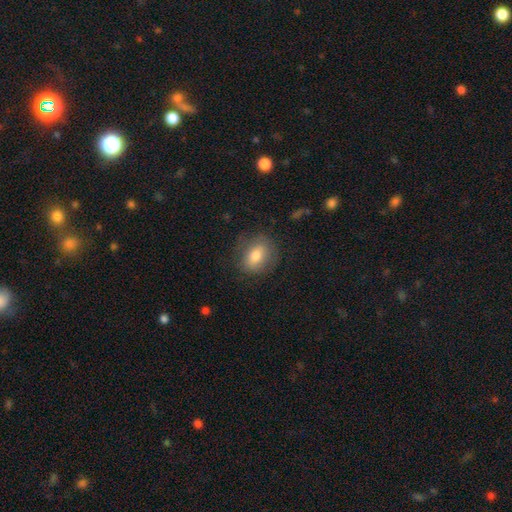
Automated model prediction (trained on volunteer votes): Smooth or featured?
  - smooth: 74% *
  - featured or disk: 18%
  - star or artifact: 8%
How rounded?
  - in between: 61% *
  - round: 37%
  - cigar-shaped: 2%
Merging?
  - none: 77% *
  - minor disturbance: 16%
  - major disturbance: 6%
  - merger: 1%